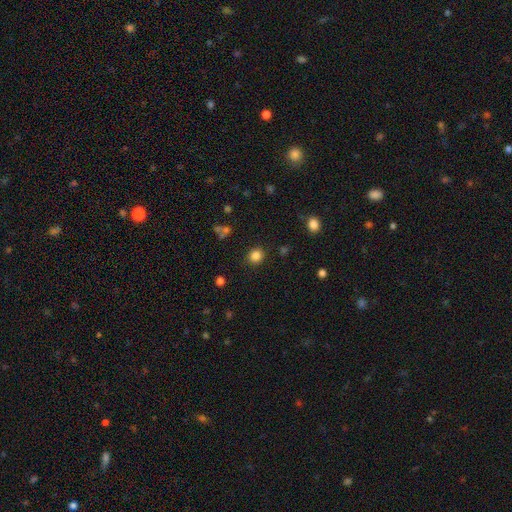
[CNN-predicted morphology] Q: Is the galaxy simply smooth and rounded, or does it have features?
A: smooth — 83%.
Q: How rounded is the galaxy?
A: round — 82%.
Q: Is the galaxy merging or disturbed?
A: none — 87%.